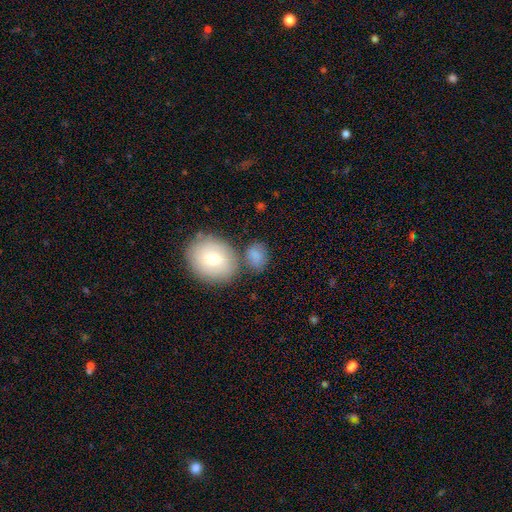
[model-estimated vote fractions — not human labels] Smooth or featured?
  - smooth: 80% *
  - featured or disk: 12%
  - star or artifact: 8%
How rounded?
  - in between: 61% *
  - round: 37%
  - cigar-shaped: 2%
Merging?
  - none: 55% *
  - merger: 23%
  - minor disturbance: 16%
  - major disturbance: 6%